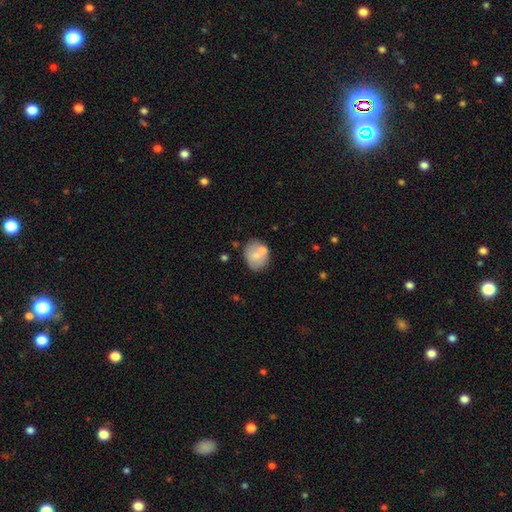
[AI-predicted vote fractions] A smooth galaxy with no disk features (70%) that is round (50%). Merging: none (60%).